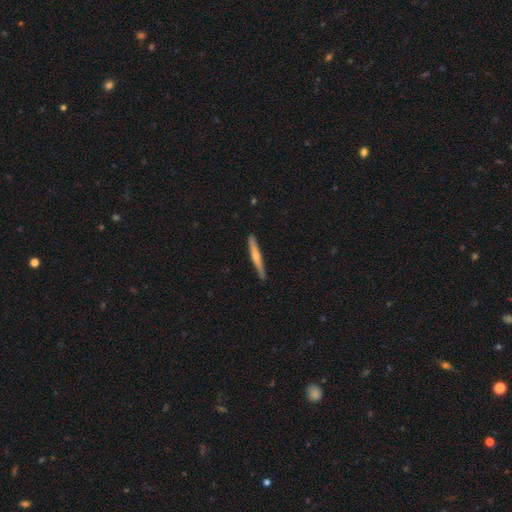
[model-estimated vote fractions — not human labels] smooth_or_featured: featured or disk (p=0.53) [alt: smooth p=0.41]
disk_edge_on: yes (p=0.97) [alt: no p=0.03]
edge_on_bulge: rounded (p=0.70) [alt: none p=0.24]
merging: none (p=0.90) [alt: minor disturbance p=0.08]